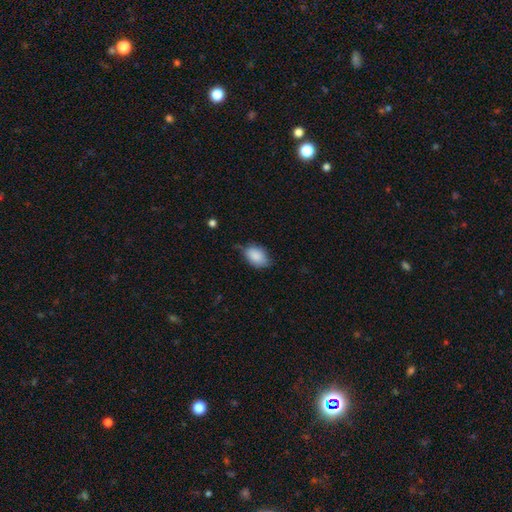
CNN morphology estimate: smooth_or_featured: smooth (p=0.86) [alt: featured or disk p=0.07]
how_rounded: in between (p=0.88) [alt: round p=0.11]
merging: none (p=0.56) [alt: minor disturbance p=0.35]